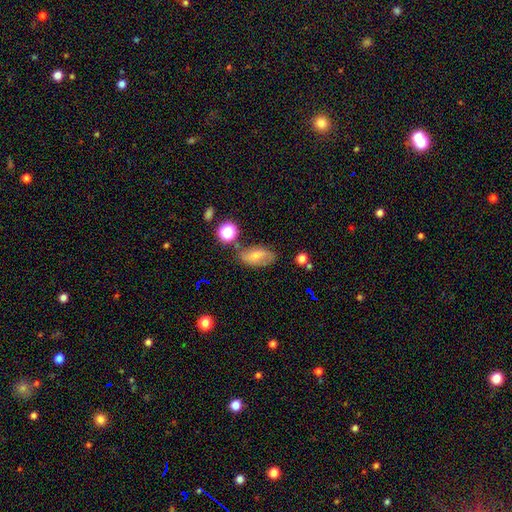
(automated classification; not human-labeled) smooth-or-featured: smooth: 48% | featured or disk: 40% | star or artifact: 12%
  merging: none: 64% | minor disturbance: 22% | major disturbance: 8% | merger: 7%